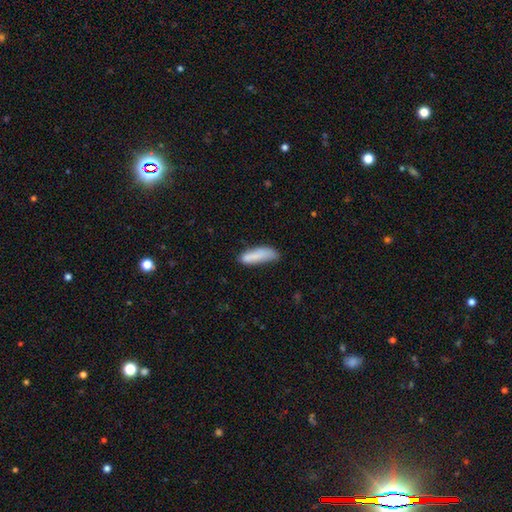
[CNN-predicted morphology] A smooth galaxy with no disk features (83%) that is cigar-shaped (62%).

Vote fractions:
- Smooth or featured? smooth: 83% / featured or disk: 10% / star or artifact: 7%
- How rounded? cigar-shaped: 62% / in between: 36% / round: 2%
- Merging? none: 58% / minor disturbance: 29% / major disturbance: 8% / merger: 5%